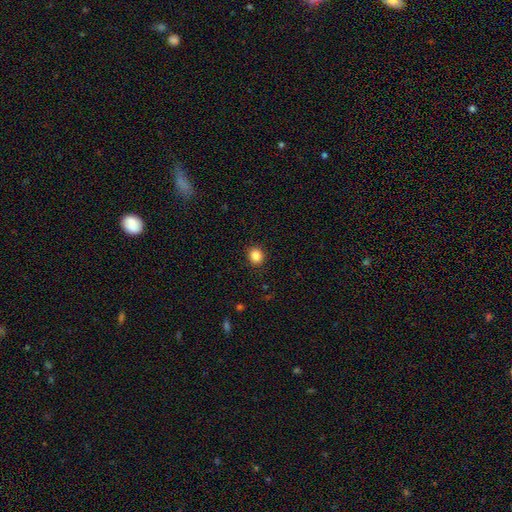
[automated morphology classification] type=smooth (87%); roundness=round (82%); merging=none (91%).